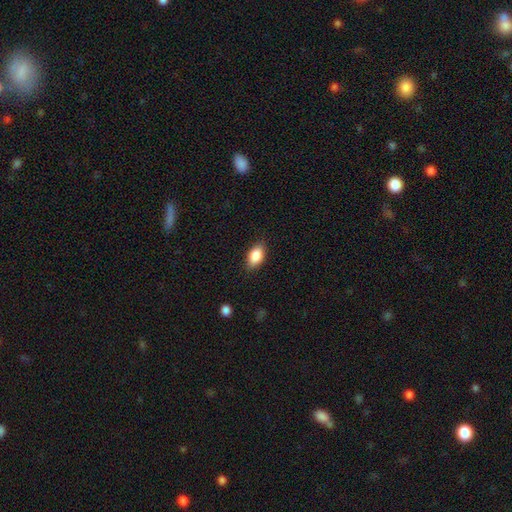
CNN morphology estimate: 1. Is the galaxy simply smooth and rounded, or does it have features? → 87% smooth, 7% star or artifact, 6% featured or disk.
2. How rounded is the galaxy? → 91% in between, 6% round, 3% cigar-shaped.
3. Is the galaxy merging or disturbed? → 85% none, 12% minor disturbance, 2% major disturbance, 1% merger.